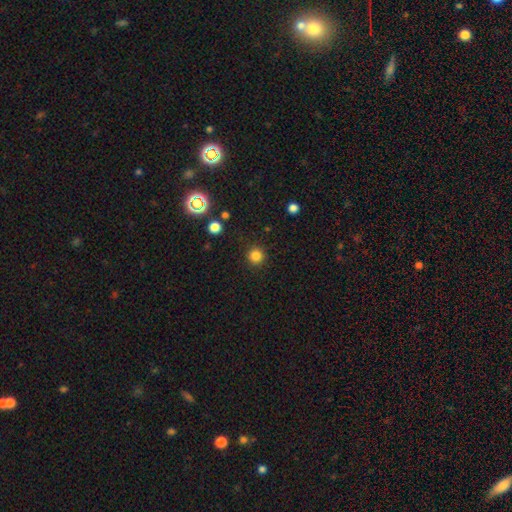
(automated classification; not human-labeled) smooth-or-featured: smooth: 82% | star or artifact: 13% | featured or disk: 4%
  how-rounded: round: 95% | in between: 4% | cigar-shaped: 1%
  merging: none: 91% | minor disturbance: 6% | major disturbance: 2% | merger: 1%